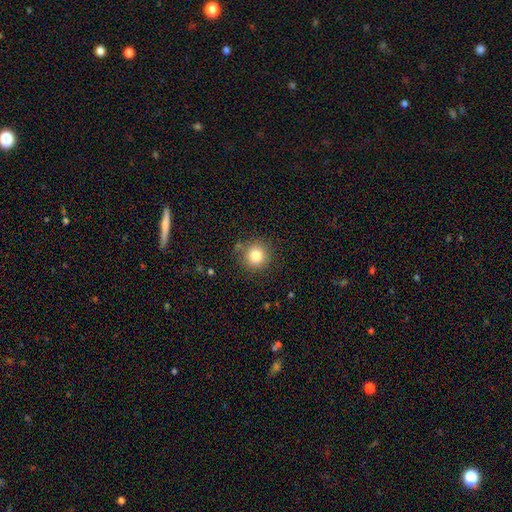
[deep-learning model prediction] Smooth or featured? Predicted: smooth (p=0.81). How rounded? Predicted: round (p=0.93). Merging? Predicted: none (p=0.85).